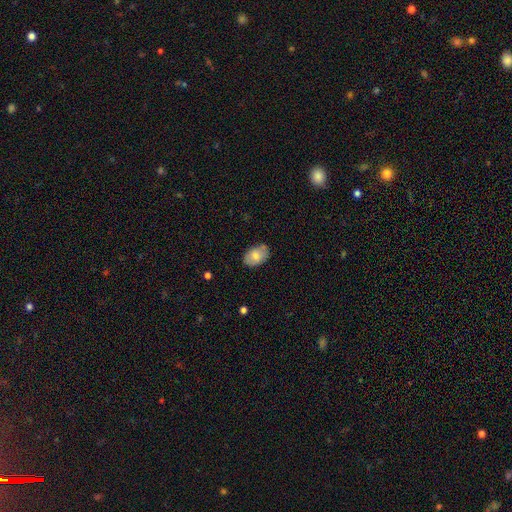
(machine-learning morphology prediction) Overall: smooth (75%). How rounded: in between (88%). Merging: none (78%).